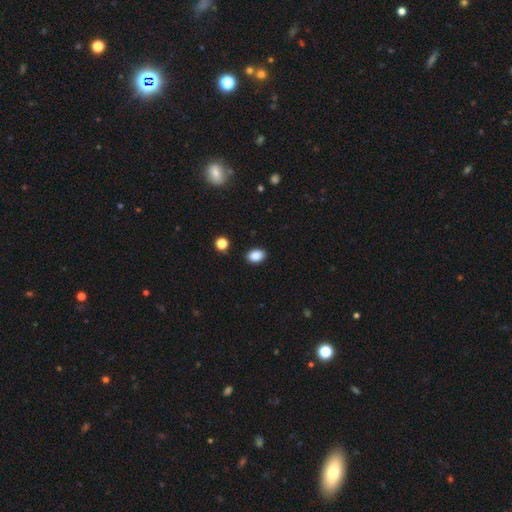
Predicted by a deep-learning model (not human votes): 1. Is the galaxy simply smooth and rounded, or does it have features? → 88% smooth, 9% star or artifact, 3% featured or disk.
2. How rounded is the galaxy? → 78% in between, 20% round, 1% cigar-shaped.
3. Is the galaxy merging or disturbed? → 88% none, 9% minor disturbance, 2% major disturbance, 2% merger.